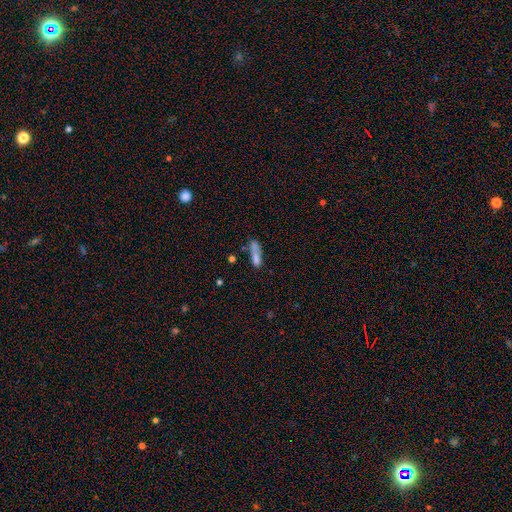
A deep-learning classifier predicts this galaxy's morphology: smooth_or_featured: smooth (p=0.72) [alt: featured or disk p=0.17]
how_rounded: cigar-shaped (p=0.52) [alt: in between p=0.44]
merging: none (p=0.38) [alt: merger p=0.30]